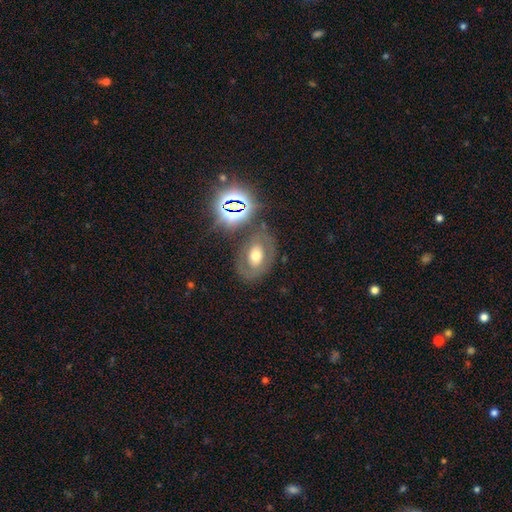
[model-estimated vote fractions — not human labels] A featured or disk galaxy (43%). Merging: none (71%).